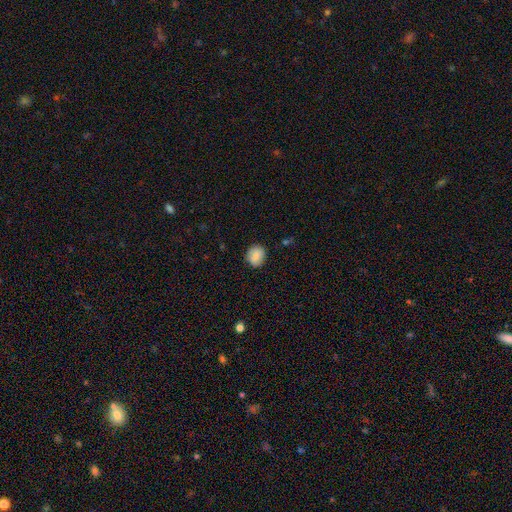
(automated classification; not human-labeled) The model was most divided on "how rounded": round: 71%, in between: 28%, cigar-shaped: 1%. More confident: smooth or featured — smooth (85%); merging — none (84%).